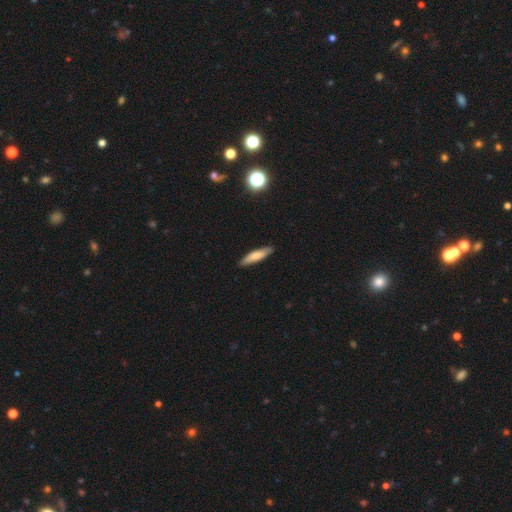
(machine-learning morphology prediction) This is likely a smooth galaxy (73%). How rounded: likely cigar-shaped (77%). Merging: clearly none (86%).